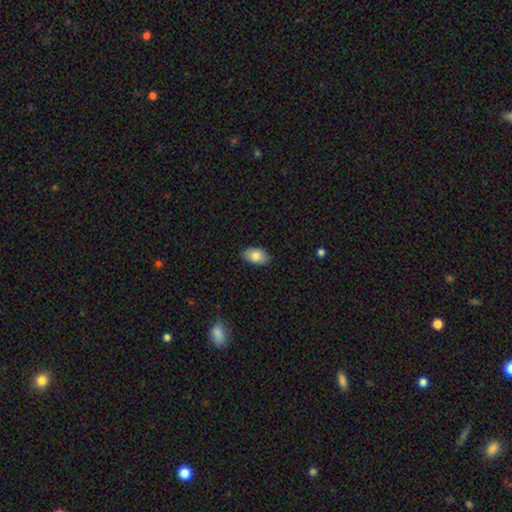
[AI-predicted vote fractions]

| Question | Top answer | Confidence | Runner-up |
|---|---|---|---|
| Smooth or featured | smooth | 83% | featured or disk (10%) |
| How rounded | in between | 91% | round (8%) |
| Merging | none | 87% | minor disturbance (10%) |